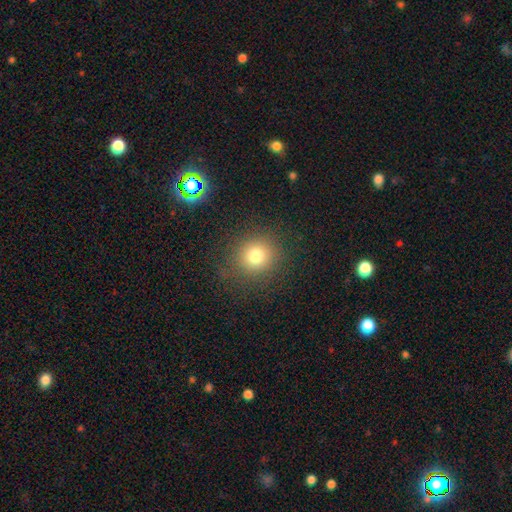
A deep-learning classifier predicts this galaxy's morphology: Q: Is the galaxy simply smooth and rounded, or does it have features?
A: smooth — 77%.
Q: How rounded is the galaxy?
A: round — 89%.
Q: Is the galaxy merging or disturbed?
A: none — 86%.